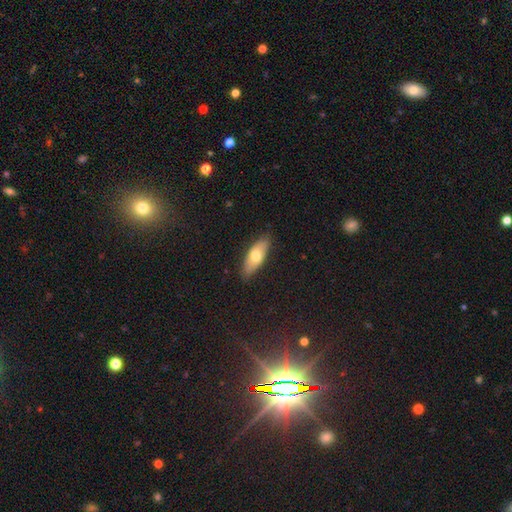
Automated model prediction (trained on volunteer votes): Smooth or featured? smooth (68%)
How rounded? in between (72%)
Merging? none (83%)